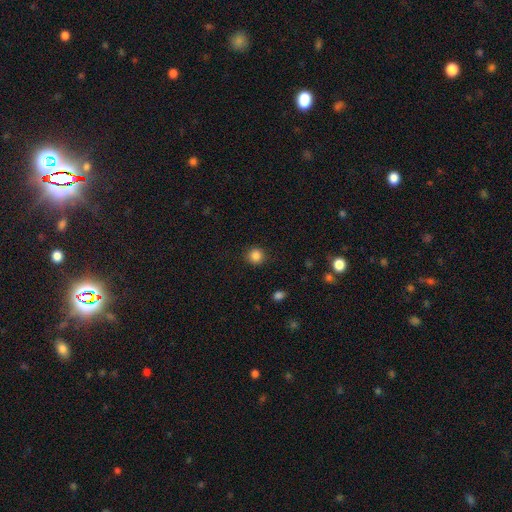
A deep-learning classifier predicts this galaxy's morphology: Overall: smooth (85%). How rounded: round (93%). Merging: none (90%).